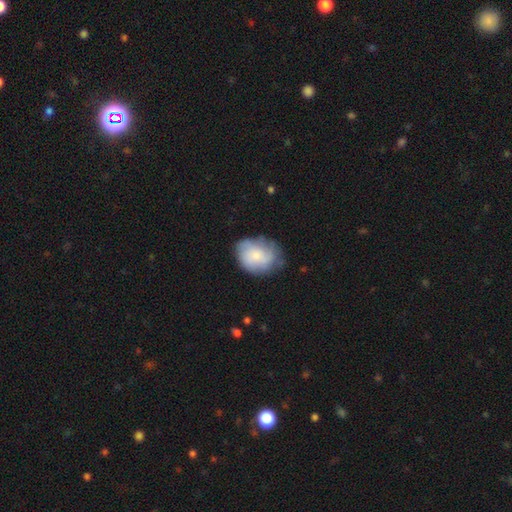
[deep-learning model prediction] This appears to be a smooth galaxy with no disk features (62%) that is in between round and cigar-shaped (60%). Merging: none (60%).